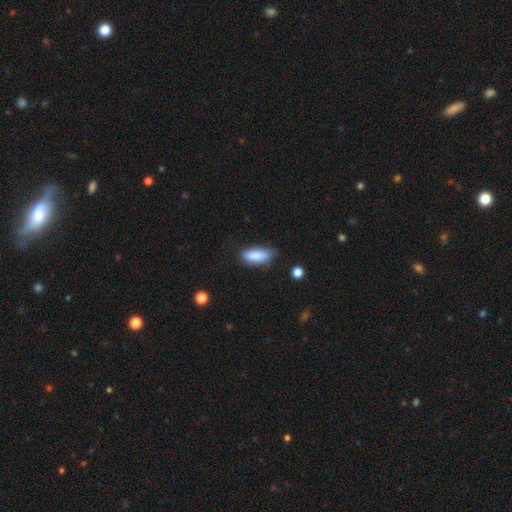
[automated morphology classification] This is clearly a smooth galaxy (83%). How rounded: likely in between (74%). Merging: likely none (70%).